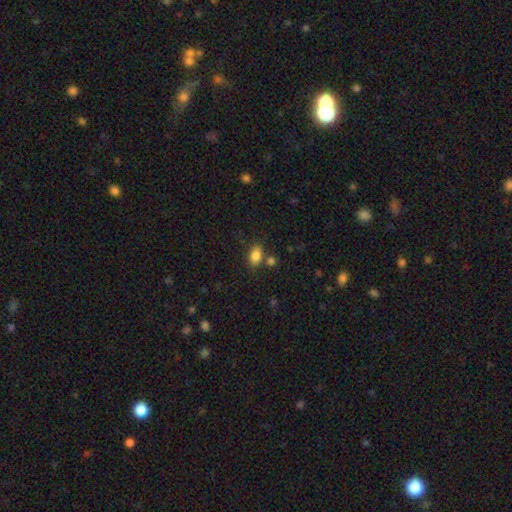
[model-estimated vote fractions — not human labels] This appears to be a smooth galaxy with no disk features (85%) that is in between round and cigar-shaped (85%). Merging: none (70%).